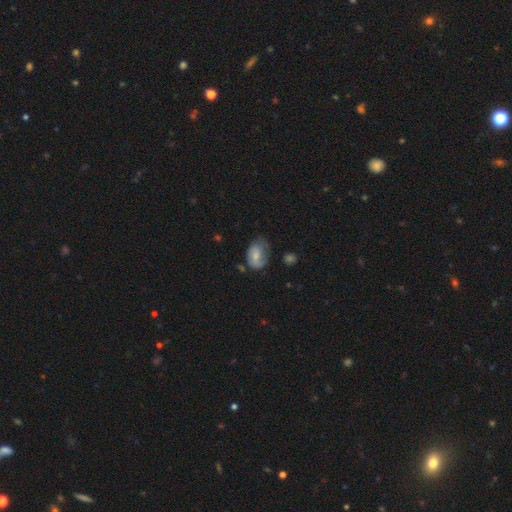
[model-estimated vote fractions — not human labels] This appears to be a smooth galaxy with no disk features (62%) that is in between round and cigar-shaped (79%). Merging: minor disturbance (37%).